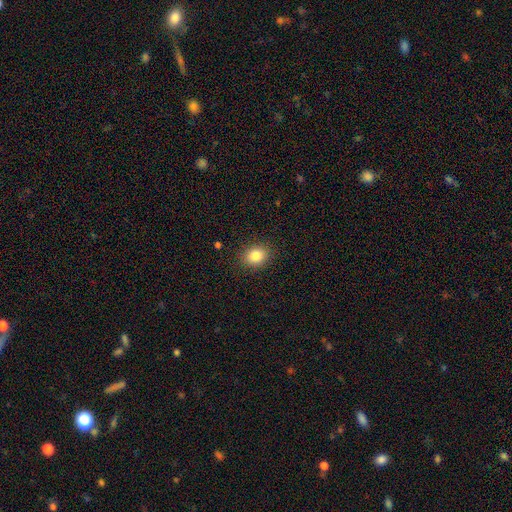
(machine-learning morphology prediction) This is clearly a smooth galaxy (84%). How rounded: possibly round (50%). Merging: clearly none (88%).